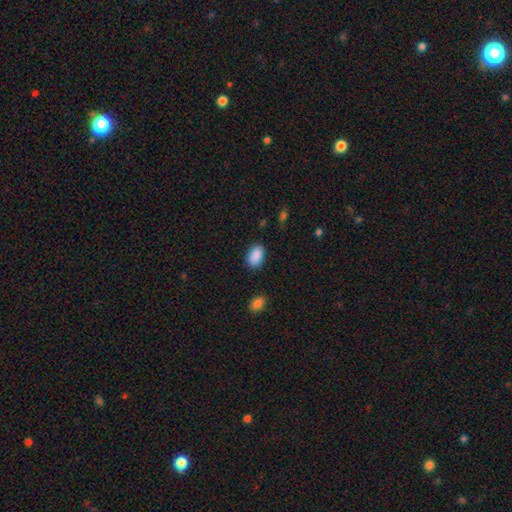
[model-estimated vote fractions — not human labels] A smooth galaxy with no disk features (90%) that is in between round and cigar-shaped (90%).

Vote fractions:
- Smooth or featured? smooth: 90% / star or artifact: 7% / featured or disk: 3%
- How rounded? in between: 90% / round: 8% / cigar-shaped: 2%
- Merging? none: 85% / minor disturbance: 11% / major disturbance: 3% / merger: 2%